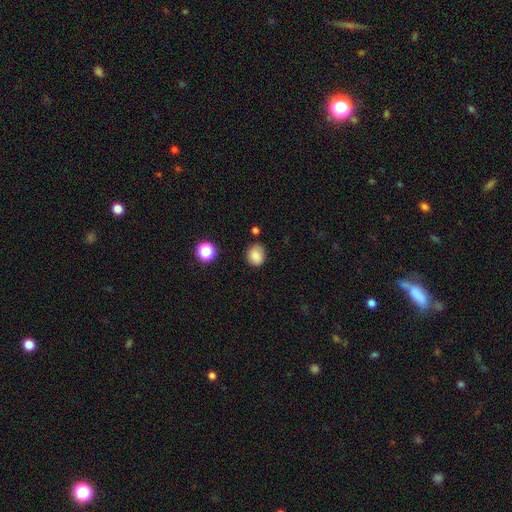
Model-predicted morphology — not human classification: The model was most divided on "how rounded": round: 65%, in between: 34%, cigar-shaped: 1%. More confident: smooth or featured — smooth (84%); merging — none (78%).